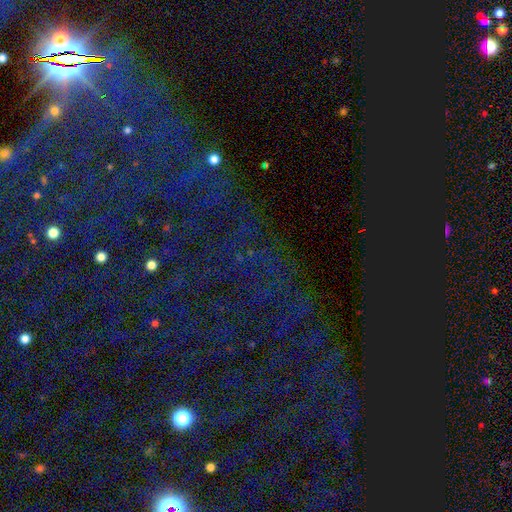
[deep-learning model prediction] The model was most divided on "smooth or featured": star or artifact: 83%, smooth: 9%, featured or disk: 8%.